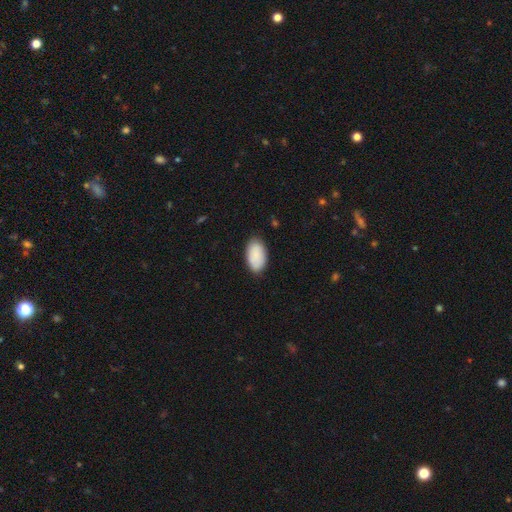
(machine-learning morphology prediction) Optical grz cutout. It shows a smooth galaxy with no disk features (89%) that is in between round and cigar-shaped (96%). Merging: none (82%).